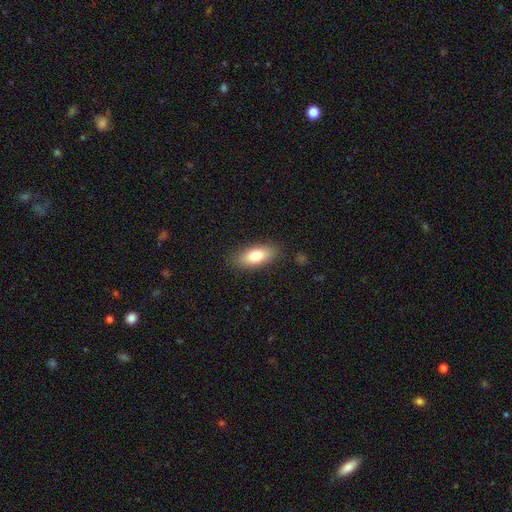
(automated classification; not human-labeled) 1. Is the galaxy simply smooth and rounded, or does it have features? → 77% smooth, 16% featured or disk, 7% star or artifact.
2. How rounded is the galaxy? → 80% in between, 17% cigar-shaped, 3% round.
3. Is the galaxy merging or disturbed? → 85% none, 11% minor disturbance, 3% major disturbance, 1% merger.